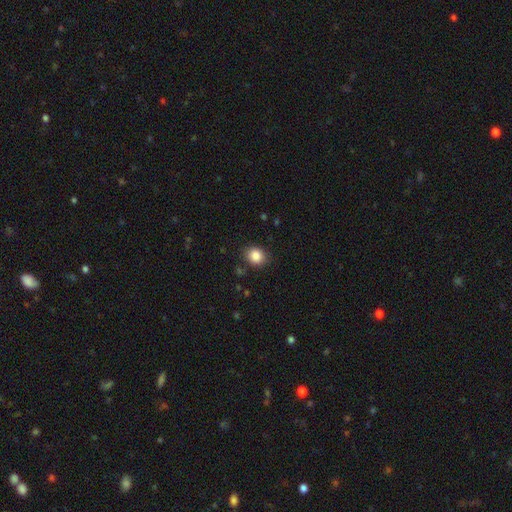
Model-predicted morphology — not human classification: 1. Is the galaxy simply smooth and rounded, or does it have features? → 86% smooth, 10% star or artifact, 4% featured or disk.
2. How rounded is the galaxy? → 65% round, 34% in between, 1% cigar-shaped.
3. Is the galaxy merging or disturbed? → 85% none, 10% minor disturbance, 3% major disturbance, 2% merger.